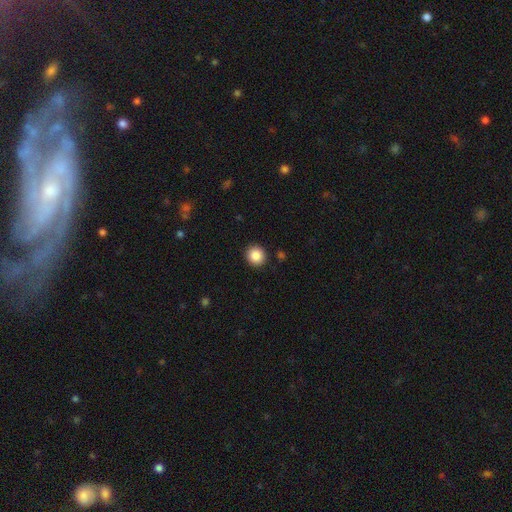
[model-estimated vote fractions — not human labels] The model was most divided on "smooth or featured": smooth: 87%, star or artifact: 9%, featured or disk: 4%. More confident: merging — none (91%); how rounded — round (91%).